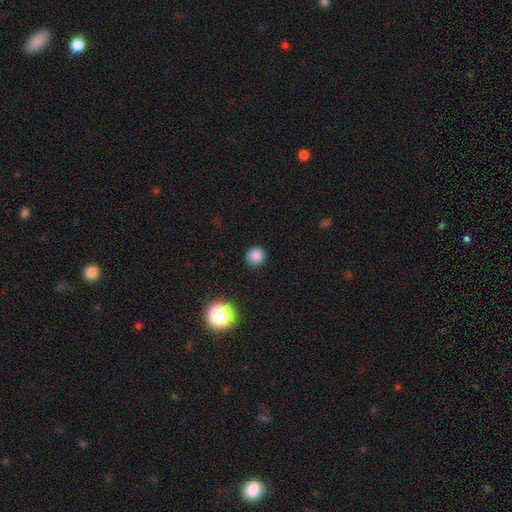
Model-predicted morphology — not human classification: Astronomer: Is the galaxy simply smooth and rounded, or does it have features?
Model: smooth — 83%.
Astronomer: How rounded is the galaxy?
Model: round — 92%.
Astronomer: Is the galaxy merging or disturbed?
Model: none — 90%.